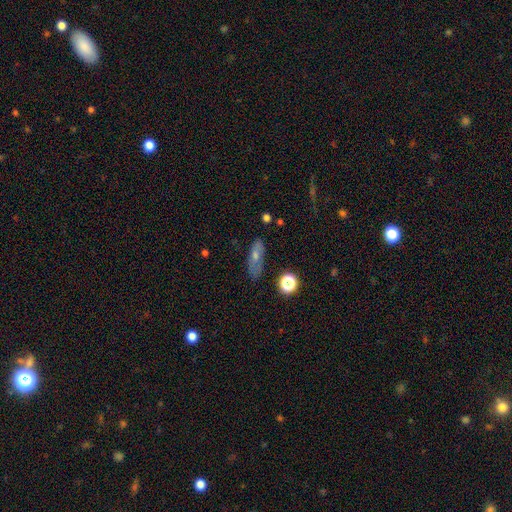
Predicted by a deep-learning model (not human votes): This is possibly a smooth galaxy (58%). How rounded: likely in between (62%). Merging: likely none (73%).